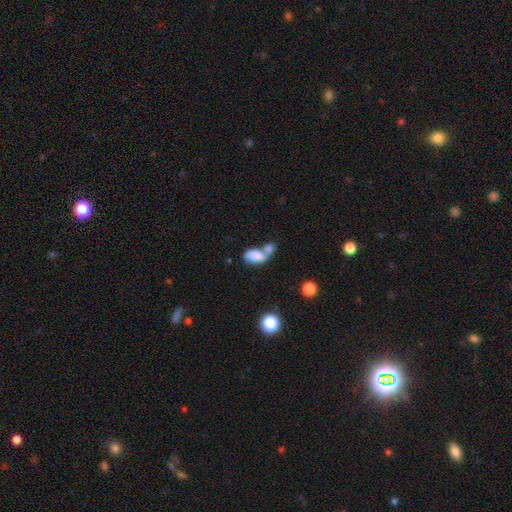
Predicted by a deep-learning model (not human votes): Q: Smooth or featured?
A: smooth (82%); runner-up: featured or disk (10%)
Q: How rounded?
A: in between (91%); runner-up: round (6%)
Q: Merging?
A: merger (58%); runner-up: none (26%)